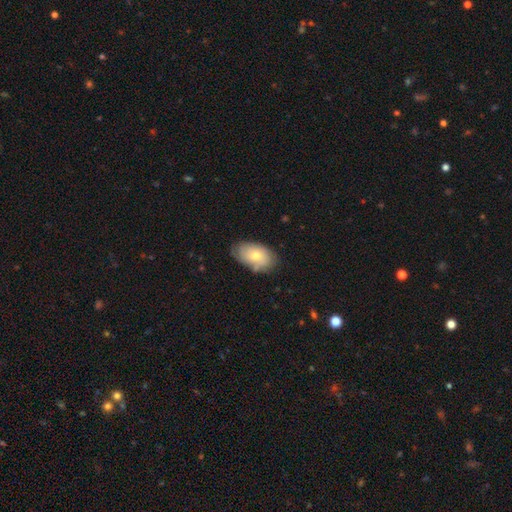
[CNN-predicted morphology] This is possibly a smooth galaxy (58%). How rounded: clearly in between (90%). Merging: likely none (72%).